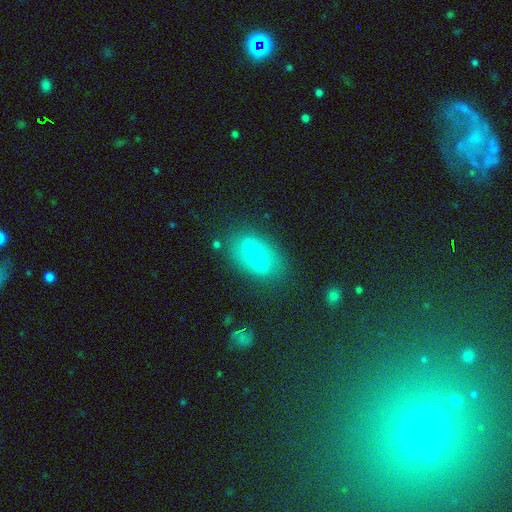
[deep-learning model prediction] A featured or disk galaxy (53%) viewed edge-on (51%).

Vote fractions:
- Smooth or featured? featured or disk: 53% / smooth: 37% / star or artifact: 10%
- Edge-on disk? yes: 51% / no: 49%
- Merging? none: 81% / minor disturbance: 12% / major disturbance: 5% / merger: 2%